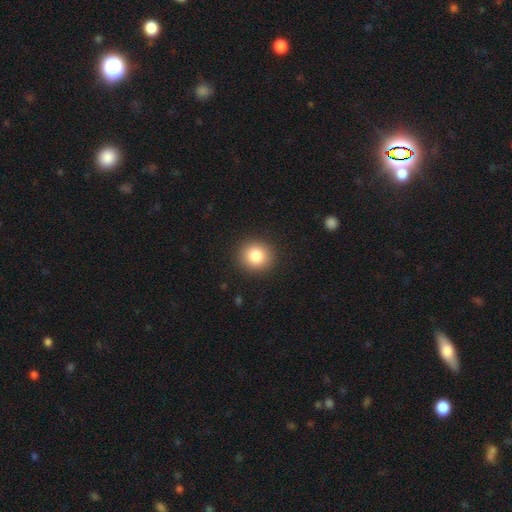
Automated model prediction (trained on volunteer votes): smooth 83%, star or artifact 10%, featured or disk 7%. Down the decision tree: how rounded — round (90%); merging — none (92%).